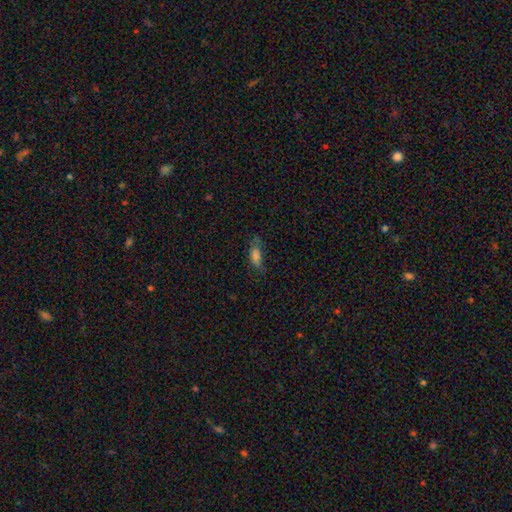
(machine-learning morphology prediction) A smooth galaxy with no disk features (69%) that is in between round and cigar-shaped (69%). Merging: none (57%).